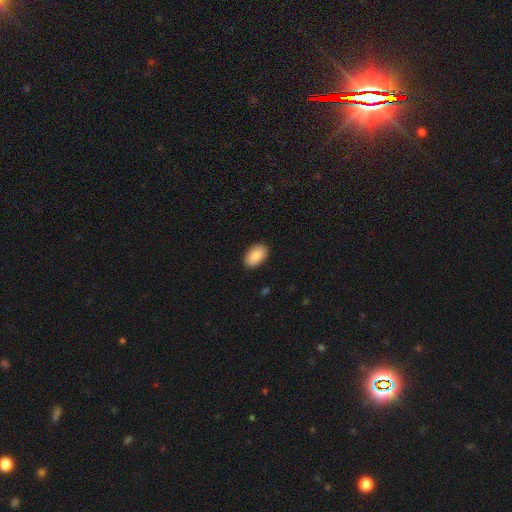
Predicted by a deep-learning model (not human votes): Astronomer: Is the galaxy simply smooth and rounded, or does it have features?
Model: smooth — 86%.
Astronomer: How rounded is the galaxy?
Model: in between — 93%.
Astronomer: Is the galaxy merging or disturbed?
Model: none — 89%.